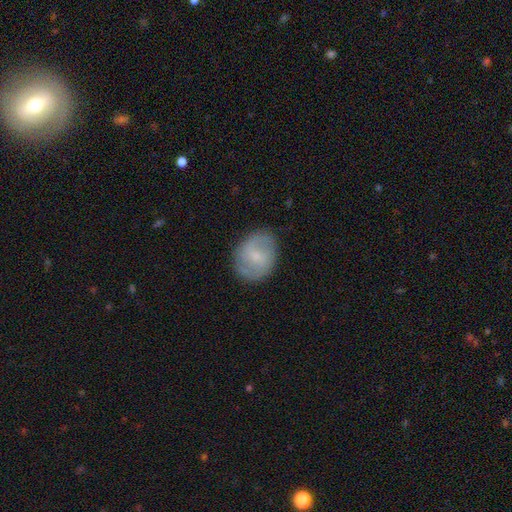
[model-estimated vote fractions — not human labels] Morphology: type=featured or disk (51%); edge-on=no (97%); merging=none (81%).